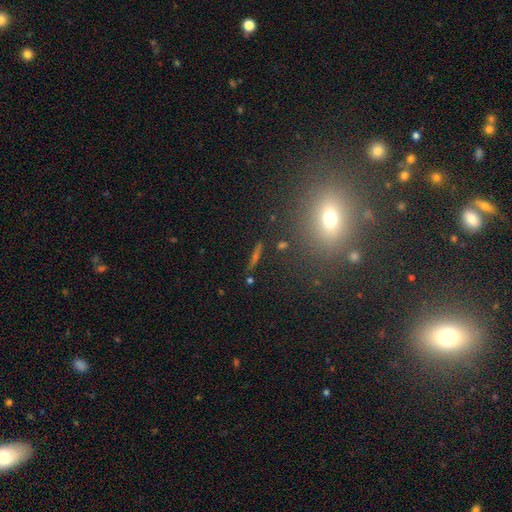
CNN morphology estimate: Smooth or featured?
  - smooth: 41% *
  - star or artifact: 30%
  - featured or disk: 29%
Merging?
  - none: 85% *
  - minor disturbance: 8%
  - merger: 4%
  - major disturbance: 4%